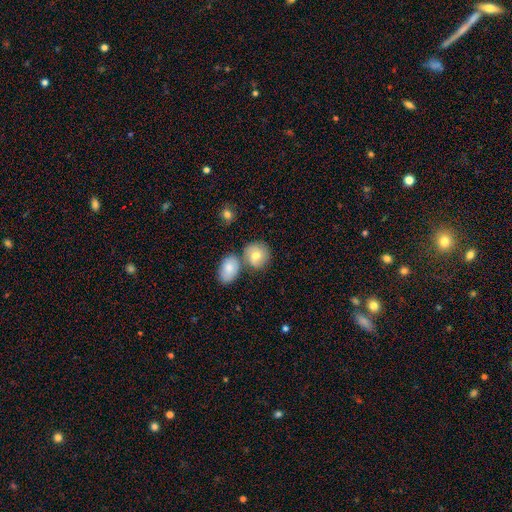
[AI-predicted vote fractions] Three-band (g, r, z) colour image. It shows a smooth galaxy with no disk features (74%) that is round (74%). Merging: none (53%).